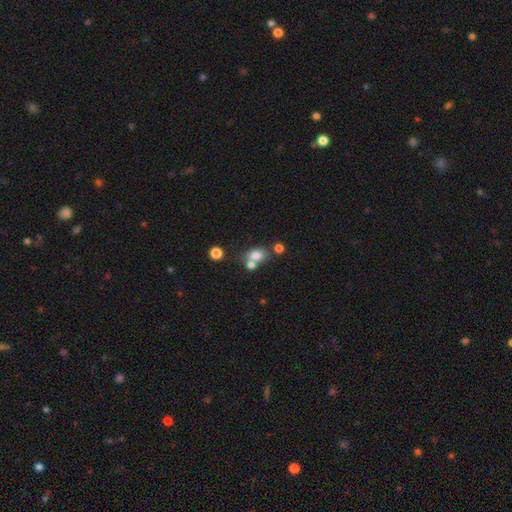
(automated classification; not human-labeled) Q: Smooth or featured?
A: smooth (75%); runner-up: star or artifact (13%)
Q: How rounded?
A: in between (53%); runner-up: round (46%)
Q: Merging?
A: none (46%); runner-up: merger (37%)